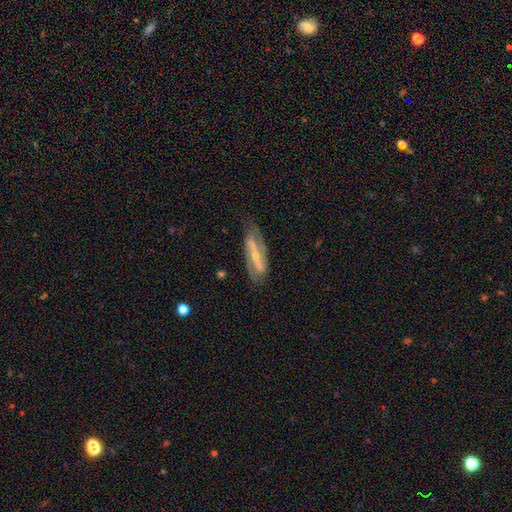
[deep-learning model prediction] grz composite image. It shows a featured or disk galaxy (81%) with a strong bar (68%), 2 (87%) medium (40%) spiral arms (87%) and a small central bulge (58%). Merging: none (74%).